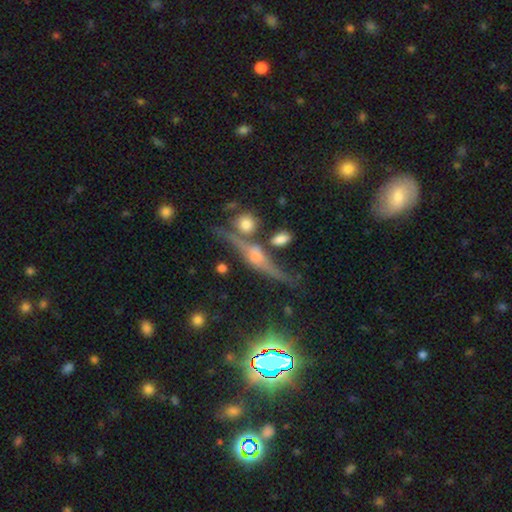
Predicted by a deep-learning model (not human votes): Smooth or featured? Predicted: featured or disk (p=0.75). Edge-on disk? Predicted: yes (p=0.93). Edge-on bulge? Predicted: rounded (p=0.87). Merging? Predicted: none (p=0.73).